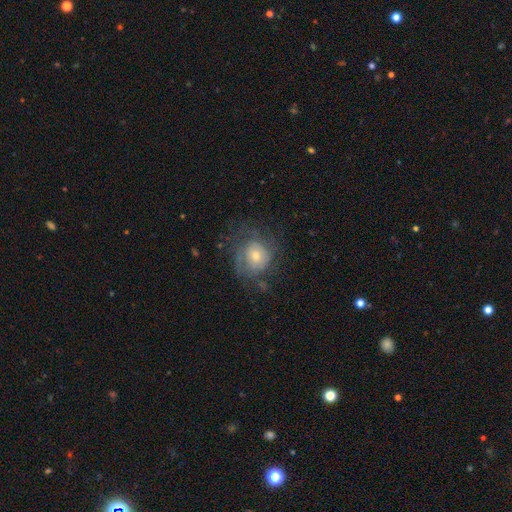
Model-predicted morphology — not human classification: smooth-or-featured: featured or disk: 57% | smooth: 32% | star or artifact: 11%
  disk-edge-on: no: 97% | yes: 3%
    bar: no: 78% | weak: 19% | strong: 3%
    has-spiral-arms: yes: 67% | no: 33%
    bulge-size: moderate: 50% | small: 42% | large: 5% | none: 2% | dominant: 1%
  merging: none: 58% | minor disturbance: 20% | major disturbance: 19% | merger: 2%